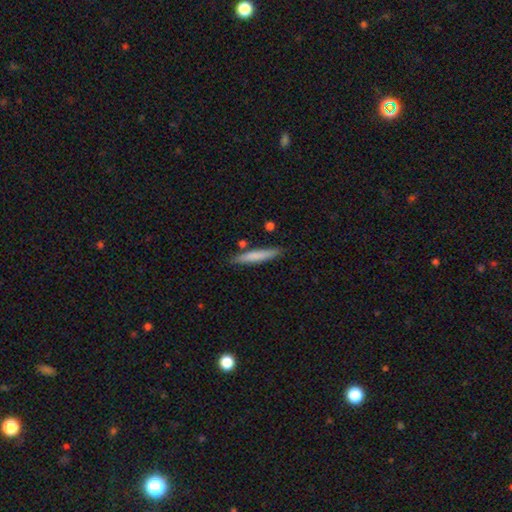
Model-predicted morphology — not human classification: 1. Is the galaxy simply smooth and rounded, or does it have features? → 72% smooth, 23% featured or disk, 6% star or artifact.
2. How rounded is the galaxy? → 94% cigar-shaped, 5% in between, 1% round.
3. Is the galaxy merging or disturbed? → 84% none, 10% minor disturbance, 4% merger, 2% major disturbance.